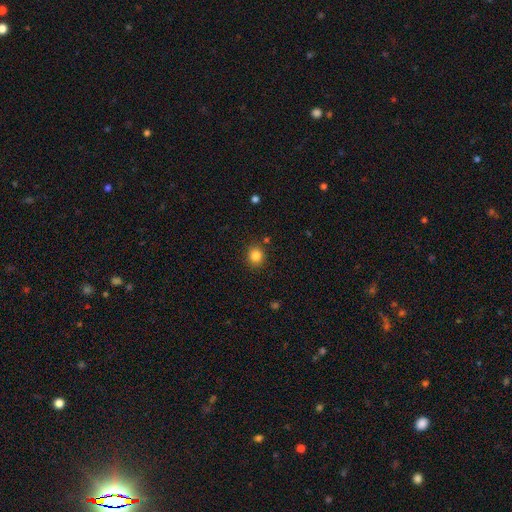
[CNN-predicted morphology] This is clearly a smooth galaxy (84%). How rounded: clearly round (87%). Merging: clearly none (88%).